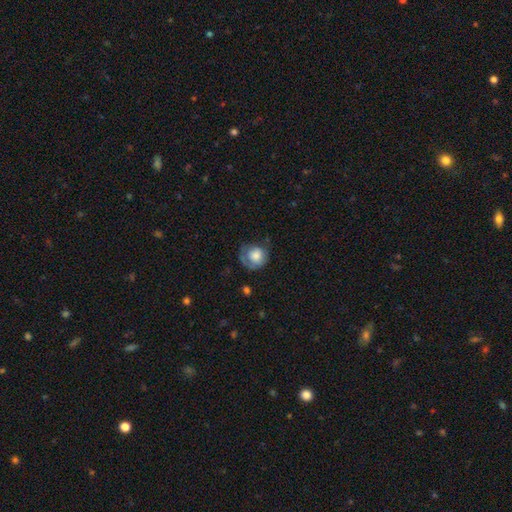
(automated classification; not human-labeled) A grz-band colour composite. It shows a smooth galaxy with no disk features (67%) that is round (79%). Merging: none (43%).